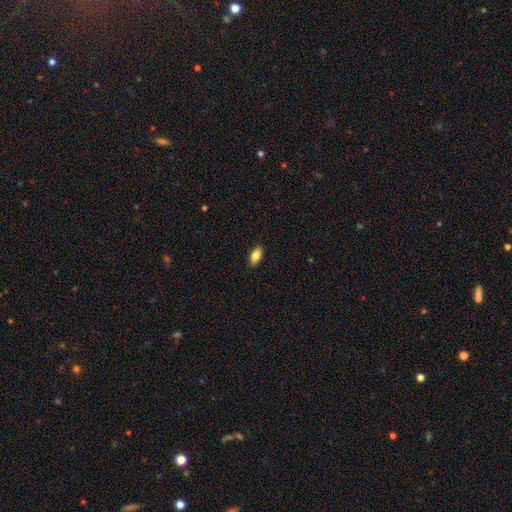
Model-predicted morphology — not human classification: smooth 84%, featured or disk 8%, star or artifact 8%. Down the decision tree: how rounded — in between (91%); merging — none (88%).